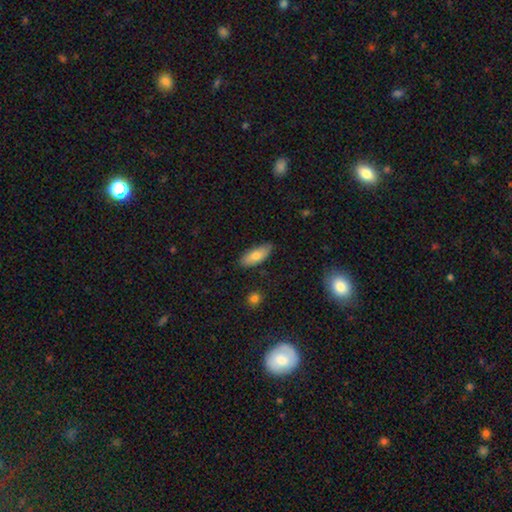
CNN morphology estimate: smooth_or_featured: smooth (p=0.78) [alt: featured or disk p=0.16]
how_rounded: in between (p=0.79) [alt: cigar-shaped p=0.19]
merging: none (p=0.81) [alt: minor disturbance p=0.15]